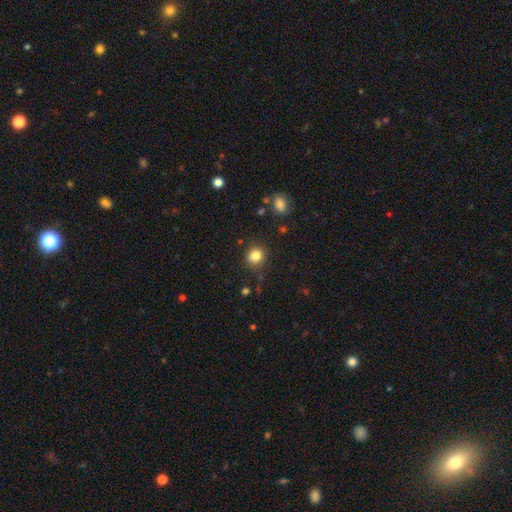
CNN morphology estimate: type=smooth (83%); roundness=round (80%); merging=none (85%).